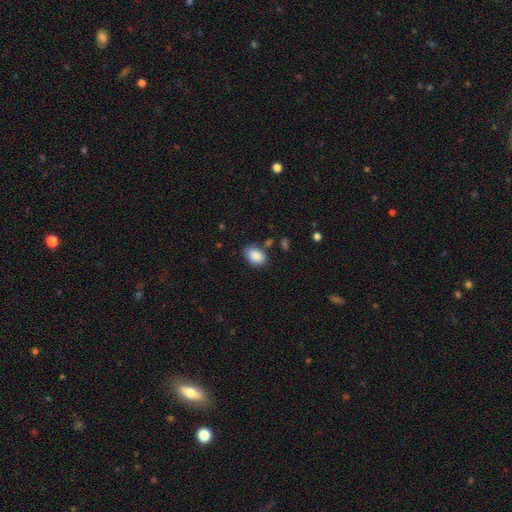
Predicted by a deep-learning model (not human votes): Smooth or featured? smooth (89%)
How rounded? in between (84%)
Merging? none (75%)